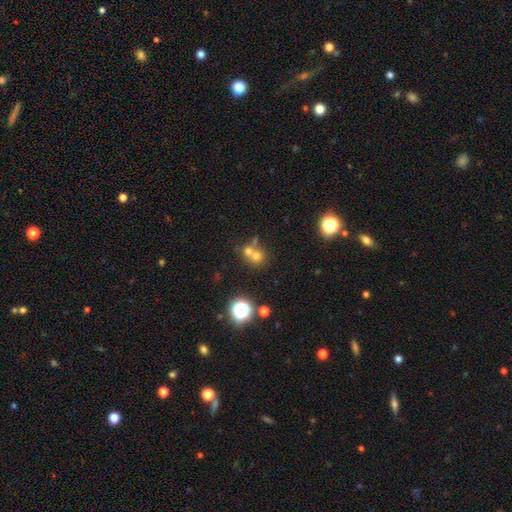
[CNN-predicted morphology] This is likely a smooth galaxy (64%). How rounded: clearly round (84%). Merging: possibly merger (50%).